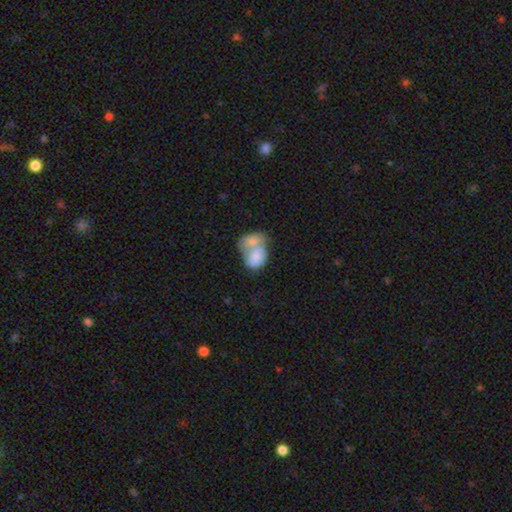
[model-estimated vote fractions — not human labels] This appears to be a smooth galaxy with no disk features (73%) that is in between round and cigar-shaped (71%). Merging: merger (77%).